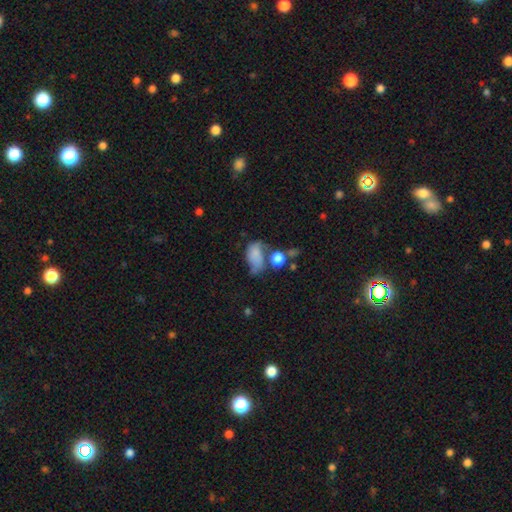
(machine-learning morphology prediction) Q: Smooth or featured?
A: smooth (67%); runner-up: featured or disk (22%)
Q: How rounded?
A: in between (83%); runner-up: round (15%)
Q: Merging?
A: major disturbance (28%); runner-up: none (25%)